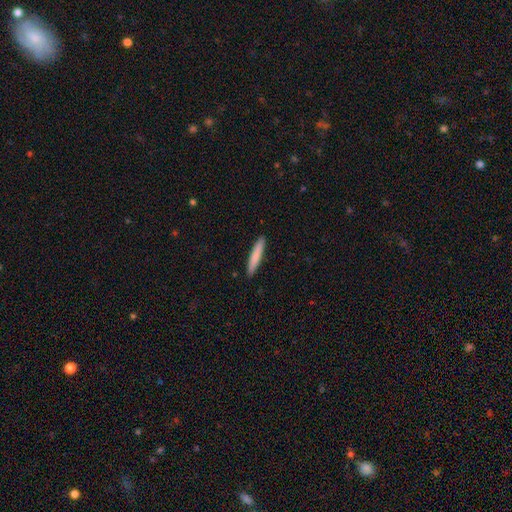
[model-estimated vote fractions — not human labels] Smooth or featured: smooth — 80% (featured or disk — 14%)
How rounded: cigar-shaped — 94% (in between — 5%)
Merging: none — 91% (minor disturbance — 6%)